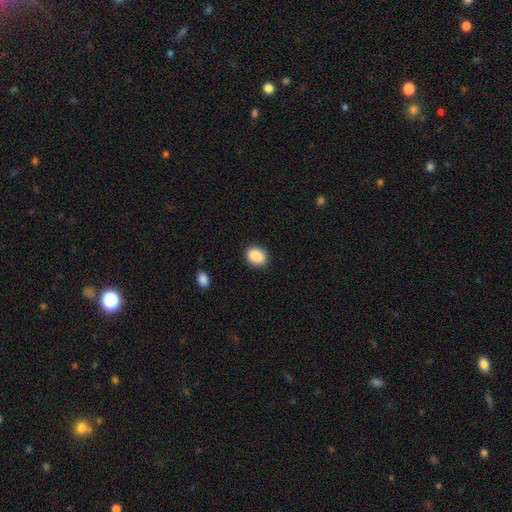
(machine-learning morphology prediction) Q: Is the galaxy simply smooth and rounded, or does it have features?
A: smooth — 86%.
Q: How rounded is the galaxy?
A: in between — 52%.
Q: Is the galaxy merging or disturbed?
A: none — 87%.